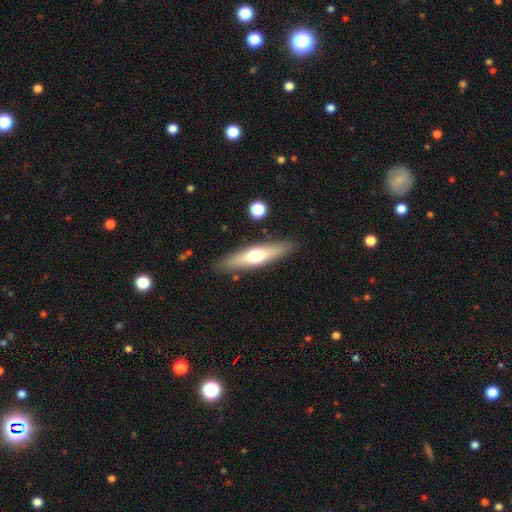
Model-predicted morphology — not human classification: Smooth or featured? smooth (50%)
Merging? none (87%)